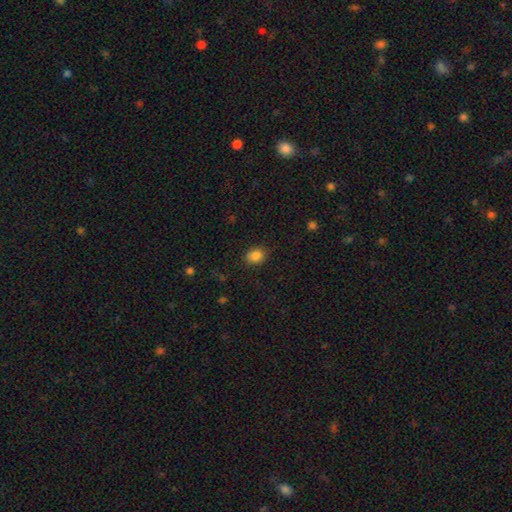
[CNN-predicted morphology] type=smooth (86%); roundness=round (52%); merging=none (86%).